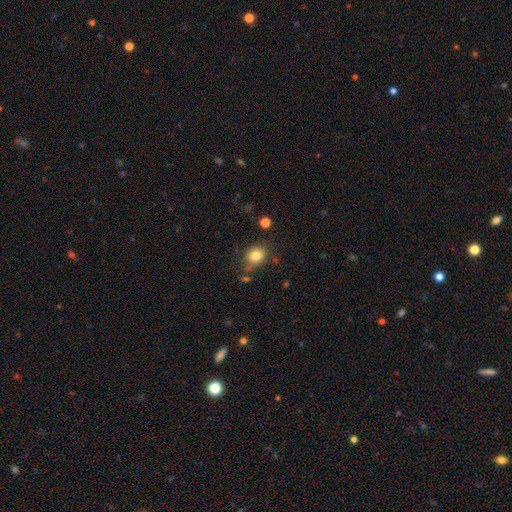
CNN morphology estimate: A smooth galaxy with no disk features (82%) that is round (56%). Merging: none (73%).